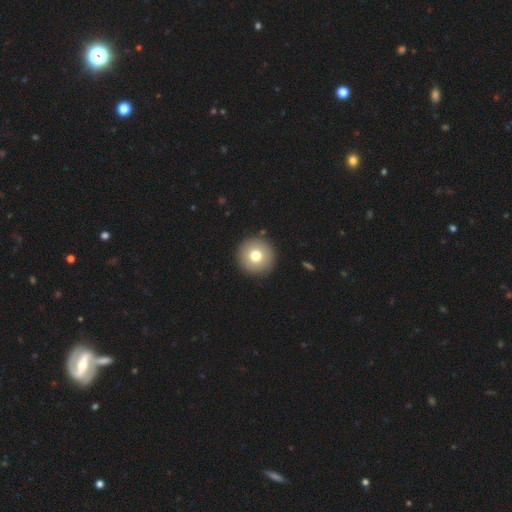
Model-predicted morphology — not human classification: The model was most divided on "smooth or featured": smooth: 74%, featured or disk: 16%, star or artifact: 10%. More confident: how rounded — round (96%); merging — none (92%).